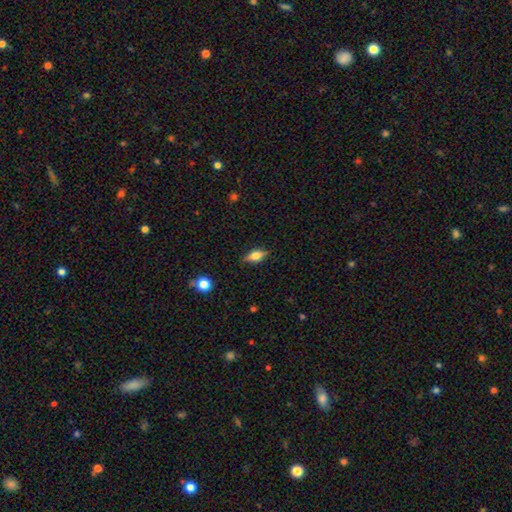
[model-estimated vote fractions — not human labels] This is possibly a smooth galaxy (51%). How rounded: likely in between (75%). Merging: clearly none (83%).